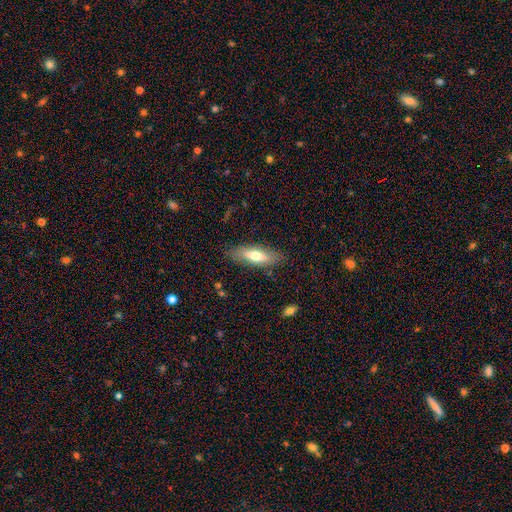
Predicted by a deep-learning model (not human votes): This is likely a smooth galaxy (62%). How rounded: possibly in between (52%). Merging: clearly none (83%).